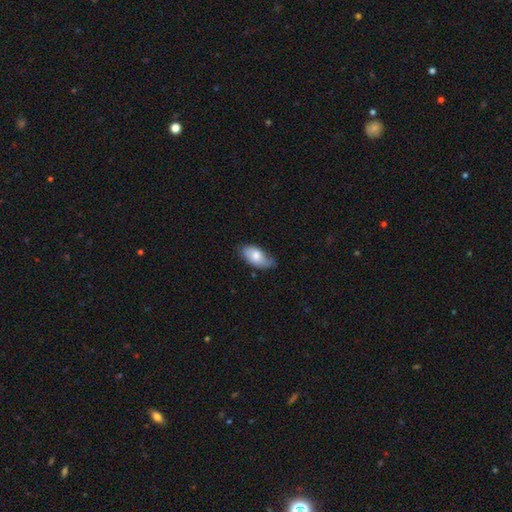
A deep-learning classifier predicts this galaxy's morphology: A smooth galaxy with no disk features (73%) that is in between round and cigar-shaped (93%). Merging: none (59%).